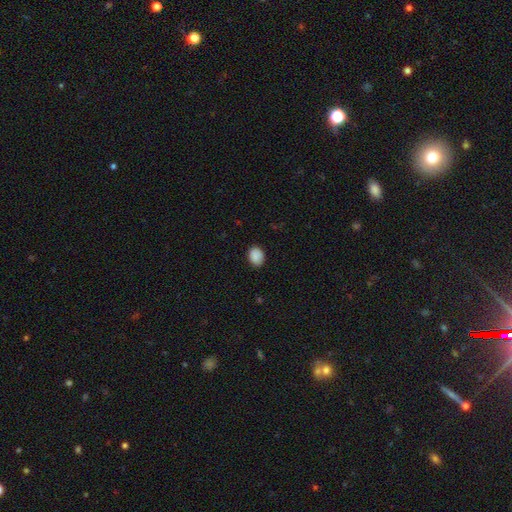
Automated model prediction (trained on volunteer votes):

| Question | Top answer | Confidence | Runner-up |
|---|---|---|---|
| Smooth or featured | smooth | 89% | star or artifact (8%) |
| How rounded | in between | 63% | round (36%) |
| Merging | none | 86% | minor disturbance (11%) |